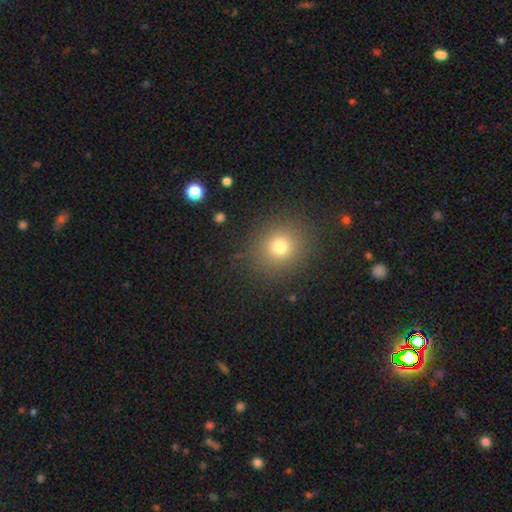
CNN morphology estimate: smooth-or-featured: smooth: 68% | star or artifact: 24% | featured or disk: 8%
  how-rounded: round: 86% | in between: 13% | cigar-shaped: 1%
  merging: none: 90% | minor disturbance: 6% | major disturbance: 2% | merger: 1%